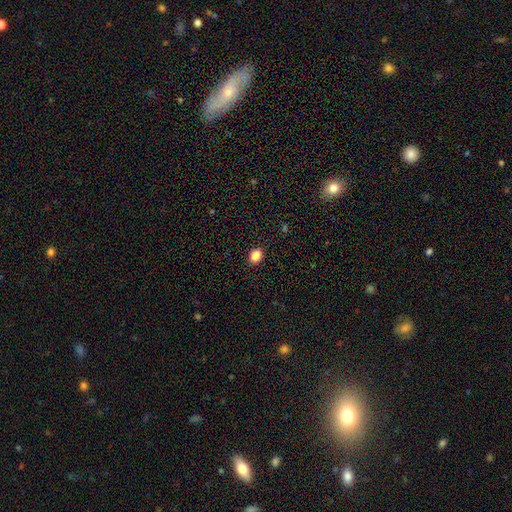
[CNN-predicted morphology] Smooth or featured: smooth — 87% (star or artifact — 10%)
How rounded: in between — 63% (round — 36%)
Merging: none — 90% (minor disturbance — 7%)